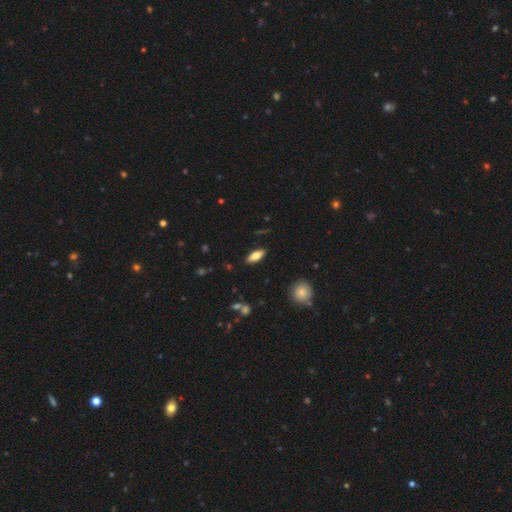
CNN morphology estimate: Q: Smooth or featured?
A: smooth (71%); runner-up: featured or disk (22%)
Q: How rounded?
A: in between (76%); runner-up: cigar-shaped (21%)
Q: Merging?
A: none (87%); runner-up: minor disturbance (9%)